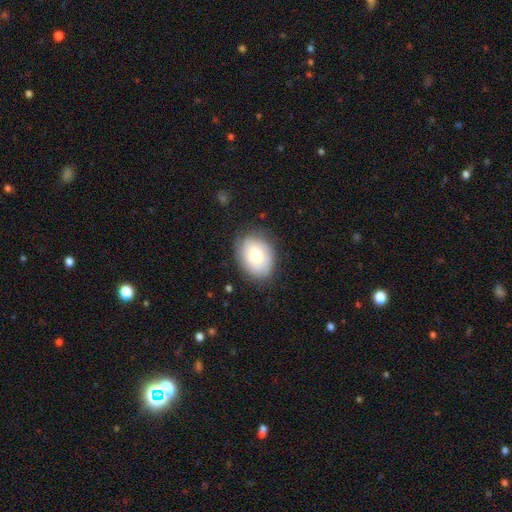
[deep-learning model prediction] Q: Smooth or featured?
A: smooth (68%); runner-up: featured or disk (24%)
Q: How rounded?
A: in between (66%); runner-up: round (33%)
Q: Merging?
A: none (75%); runner-up: minor disturbance (19%)